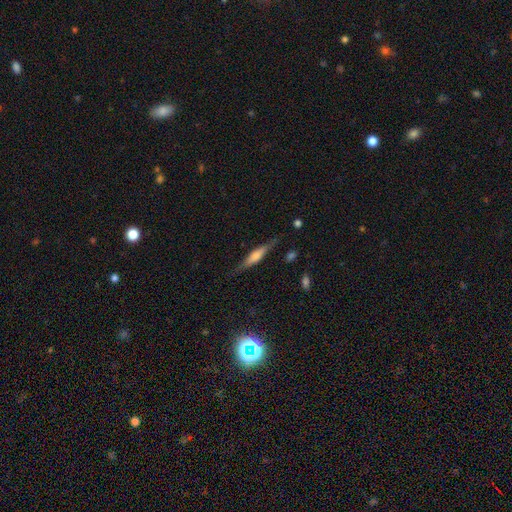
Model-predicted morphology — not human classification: type=featured or disk (61%); edge-on=yes (96%); edge-on bulge=rounded (61%); merging=none (83%).